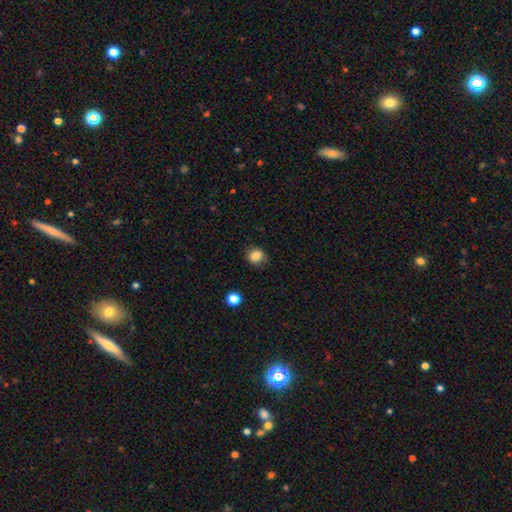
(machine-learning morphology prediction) The model was most divided on "how rounded": round: 81%, in between: 18%, cigar-shaped: 1%. More confident: smooth or featured — smooth (85%); merging — none (83%).